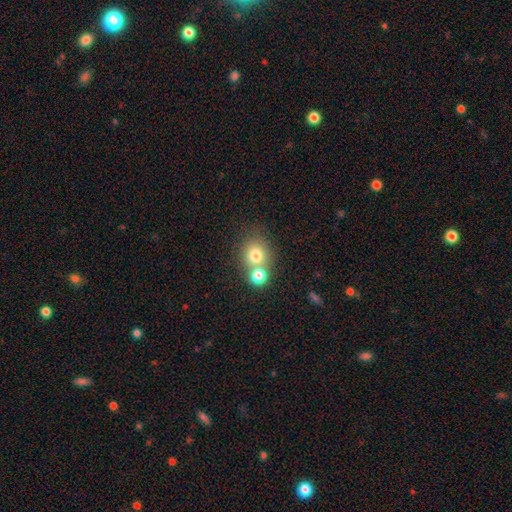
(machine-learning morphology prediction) This appears to be a smooth galaxy with no disk features (75%) that is round (79%). Merging: merger (46%).